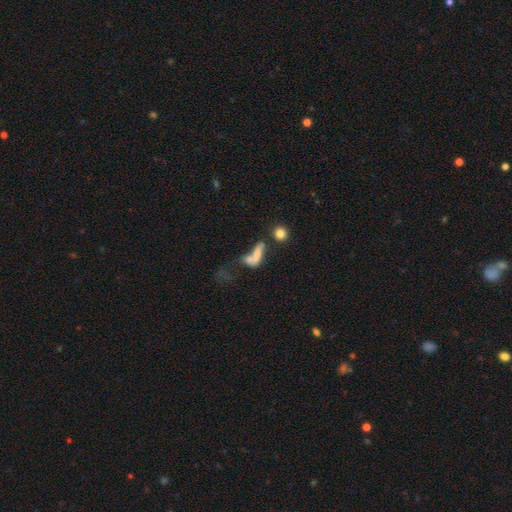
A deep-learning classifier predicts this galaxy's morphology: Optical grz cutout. It shows a smooth galaxy with no disk features (55%) that is in between round and cigar-shaped (57%). Merging: merger (45%).